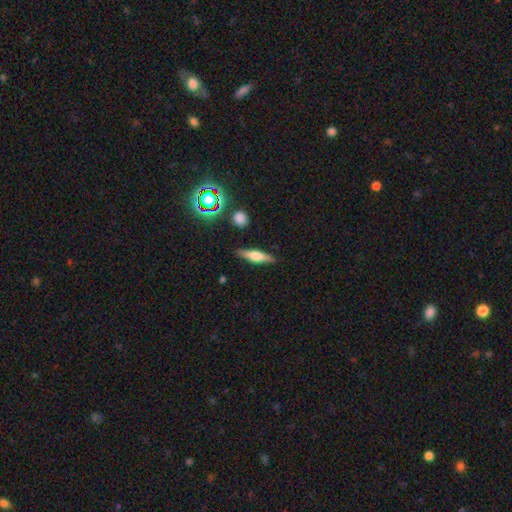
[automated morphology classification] Smooth or featured: featured or disk — 49% (smooth — 42%)
Merging: none — 85% (minor disturbance — 10%)